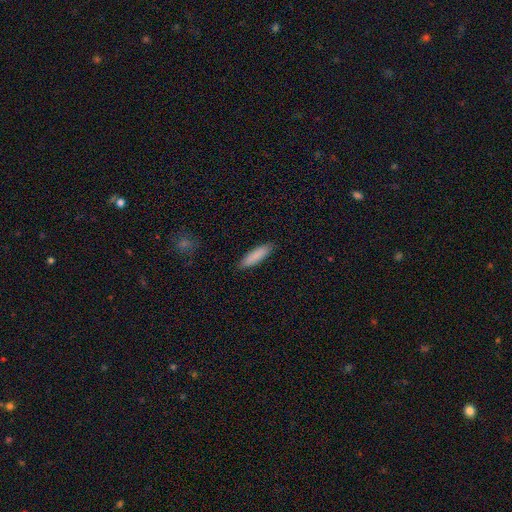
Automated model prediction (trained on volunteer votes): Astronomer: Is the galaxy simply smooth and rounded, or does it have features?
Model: smooth — 87%.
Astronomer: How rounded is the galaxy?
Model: cigar-shaped — 69%.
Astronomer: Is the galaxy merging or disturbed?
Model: none — 89%.